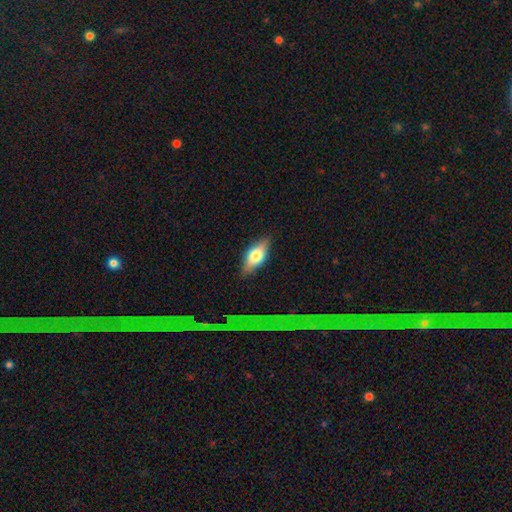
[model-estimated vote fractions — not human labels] This appears to be a smooth galaxy with no disk features (63%) that is in between round and cigar-shaped (79%). Merging: none (84%).